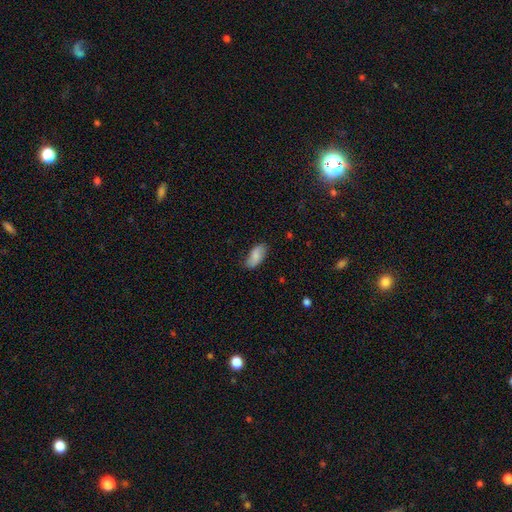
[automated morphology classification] type=smooth (79%); roundness=in between (92%); merging=none (76%).